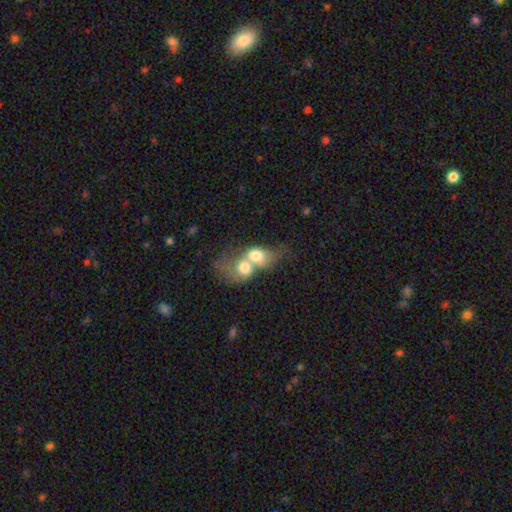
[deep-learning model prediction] Smooth or featured: smooth — 66% (featured or disk — 26%)
How rounded: in between — 57% (round — 41%)
Merging: merger — 84% (none — 7%)